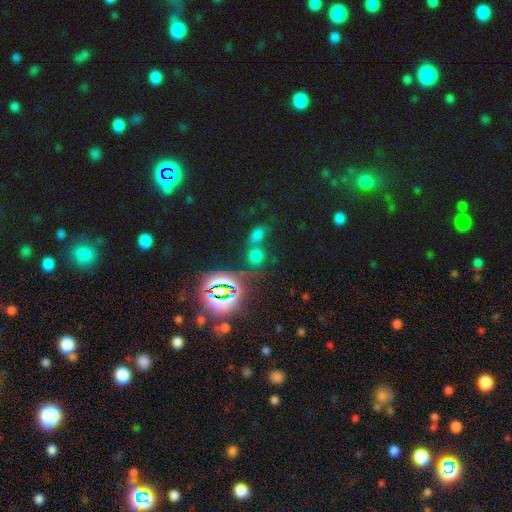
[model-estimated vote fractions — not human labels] Smooth or featured: smooth — 53% (star or artifact — 40%)
How rounded: round — 64% (in between — 34%)
Merging: none — 51% (merger — 33%)